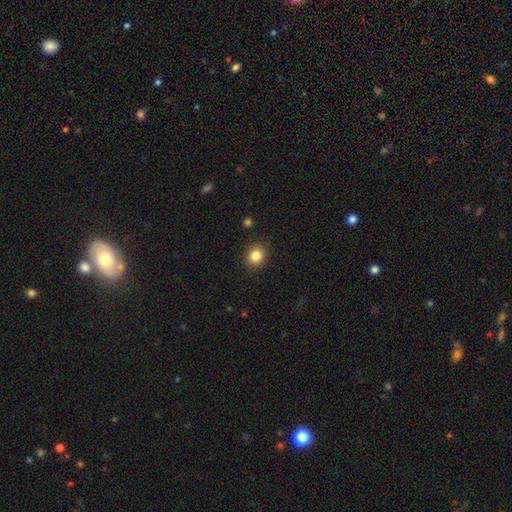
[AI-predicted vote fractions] A smooth galaxy with no disk features (84%) that is round (75%).

Vote fractions:
- Smooth or featured? smooth: 84% / star or artifact: 10% / featured or disk: 5%
- How rounded? round: 75% / in between: 24% / cigar-shaped: 1%
- Merging? none: 89% / minor disturbance: 7% / major disturbance: 2% / merger: 1%